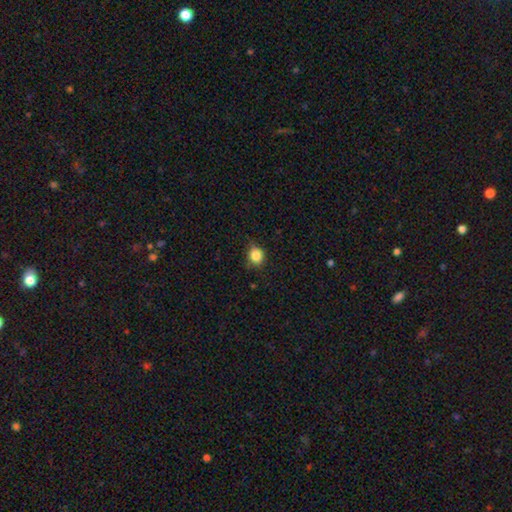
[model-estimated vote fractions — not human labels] smooth_or_featured: smooth (p=0.83) [alt: star or artifact p=0.11]
how_rounded: round (p=0.79) [alt: in between p=0.20]
merging: none (p=0.72) [alt: minor disturbance p=0.23]